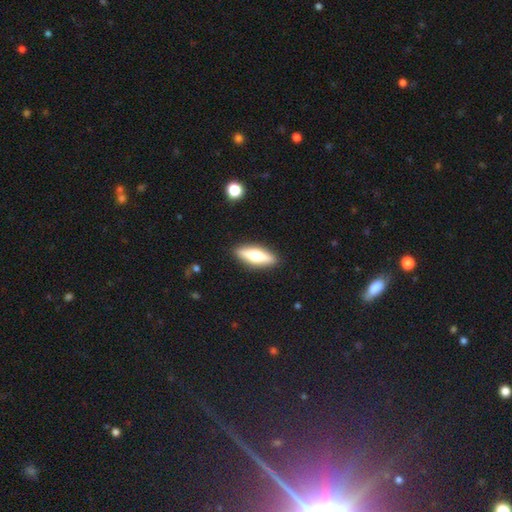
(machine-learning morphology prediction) Smooth or featured?
  - featured or disk: 47% * (tied)
  - smooth: 47% * (tied)
  - star or artifact: 6%
Merging?
  - none: 90% *
  - minor disturbance: 7%
  - major disturbance: 2%
  - merger: 1%